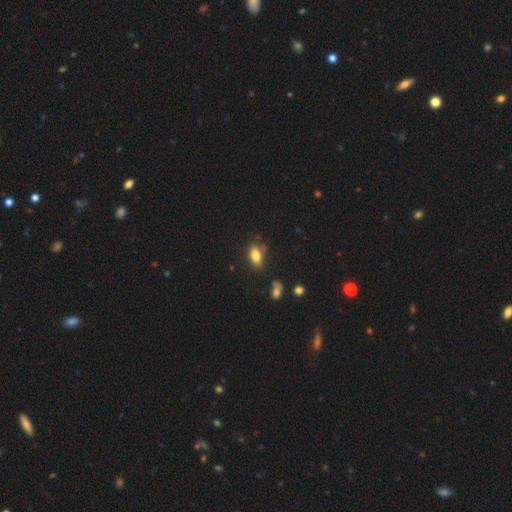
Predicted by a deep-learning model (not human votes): Smooth or featured? smooth (80%)
How rounded? in between (87%)
Merging? none (70%)